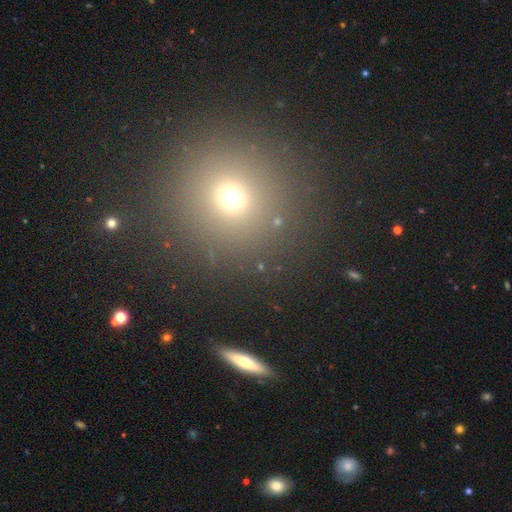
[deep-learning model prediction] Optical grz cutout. It shows a smooth galaxy with no disk features (62%) that is round (94%). Merging: none (90%).